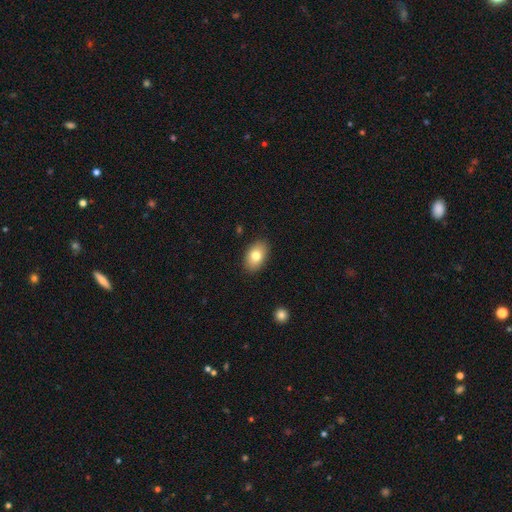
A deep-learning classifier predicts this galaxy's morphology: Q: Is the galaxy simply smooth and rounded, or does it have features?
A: smooth — 79%.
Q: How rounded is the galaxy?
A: in between — 89%.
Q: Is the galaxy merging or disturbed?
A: none — 88%.